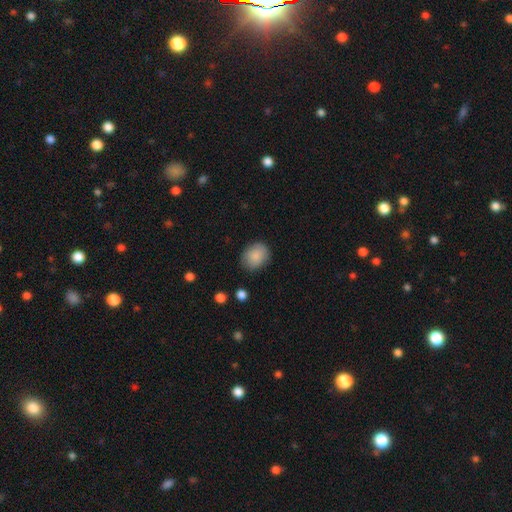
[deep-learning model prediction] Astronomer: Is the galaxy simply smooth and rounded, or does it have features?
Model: smooth — 87%.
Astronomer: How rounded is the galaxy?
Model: in between — 52% (runner-up: round, 47%).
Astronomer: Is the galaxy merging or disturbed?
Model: none — 82%.